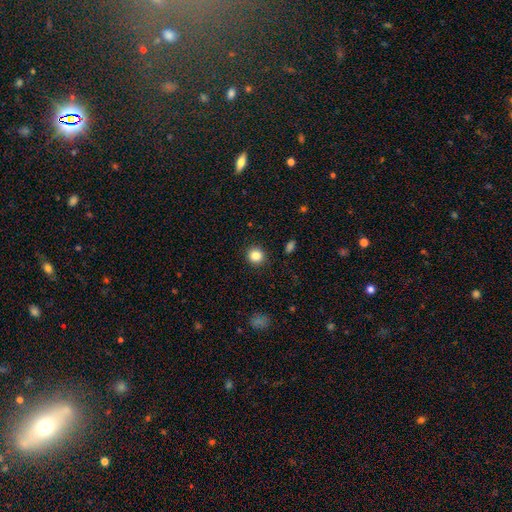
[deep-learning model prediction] Smooth or featured?
  - smooth: 85% *
  - star or artifact: 11%
  - featured or disk: 5%
How rounded?
  - round: 91% *
  - in between: 8%
  - cigar-shaped: 1%
Merging?
  - none: 92% *
  - minor disturbance: 5%
  - major disturbance: 2%
  - merger: 1%